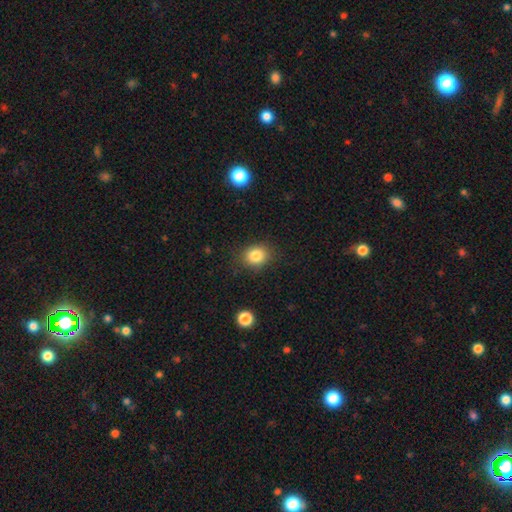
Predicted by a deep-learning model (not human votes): This is clearly a smooth galaxy (83%). How rounded: likely round (62%). Merging: clearly none (85%).